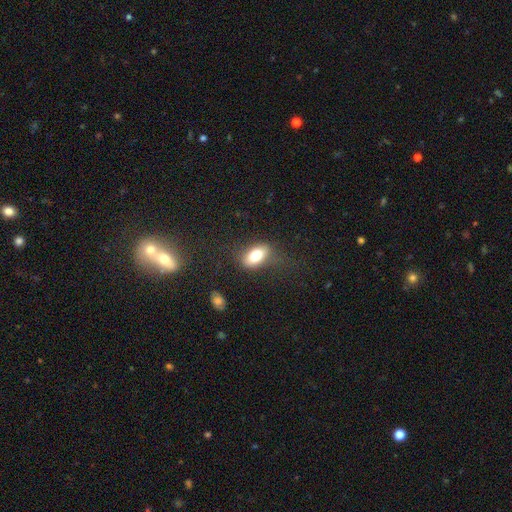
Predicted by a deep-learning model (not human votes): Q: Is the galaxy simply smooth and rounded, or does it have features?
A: smooth — 77%.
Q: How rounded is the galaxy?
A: in between — 88%.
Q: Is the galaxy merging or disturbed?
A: none — 66%.